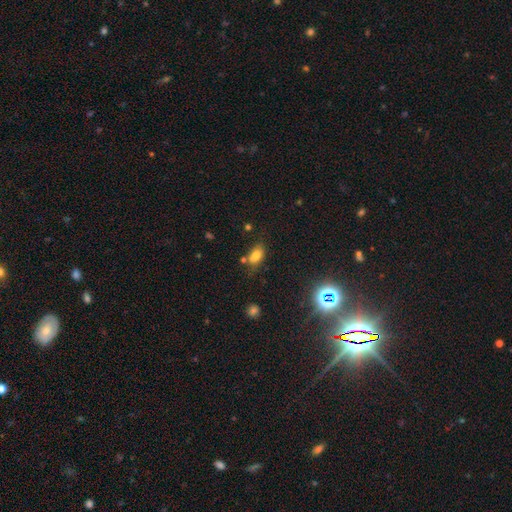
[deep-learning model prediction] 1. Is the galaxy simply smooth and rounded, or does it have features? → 75% smooth, 14% star or artifact, 11% featured or disk.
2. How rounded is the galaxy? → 85% in between, 10% round, 5% cigar-shaped.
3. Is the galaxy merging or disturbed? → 61% none, 19% minor disturbance, 15% merger, 6% major disturbance.